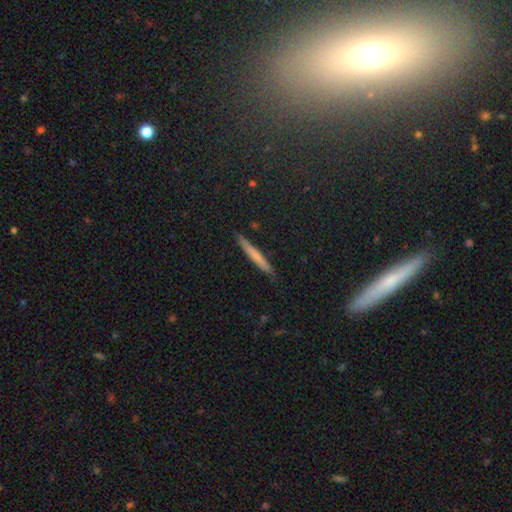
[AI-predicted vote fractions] Overall: smooth (57%; featured or disk 33%). How rounded: cigar-shaped (95%). Merging: none (88%).